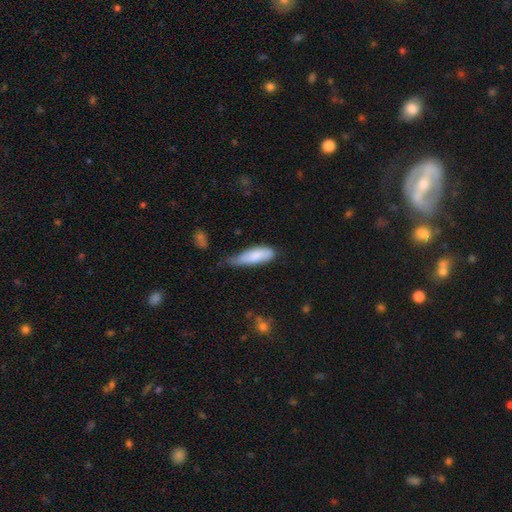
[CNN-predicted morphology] type=smooth (81%); roundness=in between (53%); merging=minor disturbance (49%).